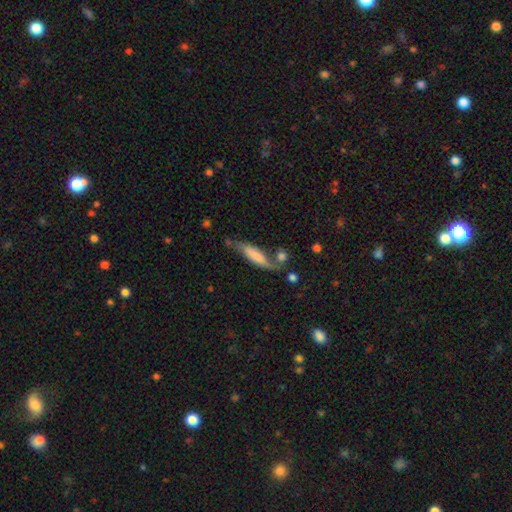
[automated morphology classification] Smooth or featured? Predicted: smooth (p=0.62). How rounded? Predicted: cigar-shaped (p=0.67). Merging? Predicted: none (p=0.49).